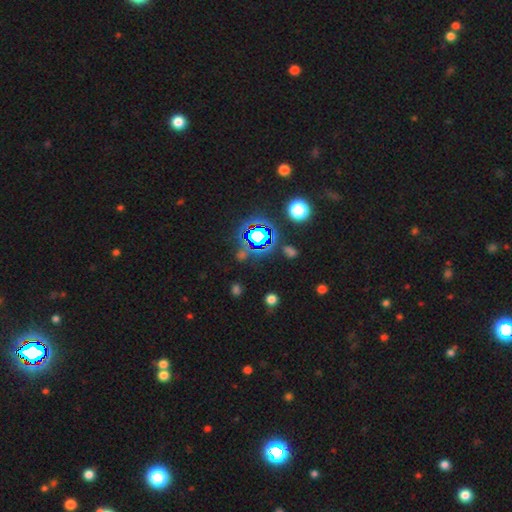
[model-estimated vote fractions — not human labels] The model was most divided on "smooth or featured": star or artifact: 77%, smooth: 15%, featured or disk: 9%.